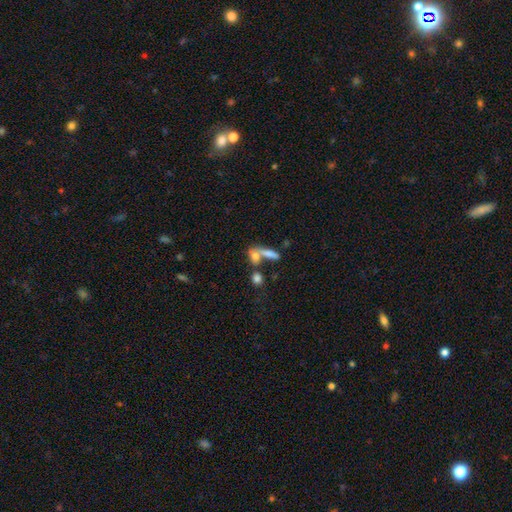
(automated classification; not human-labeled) Overall: smooth (67%). How rounded: in between (51%; cigar-shaped 33%). Merging: merger (49%; none 34%).